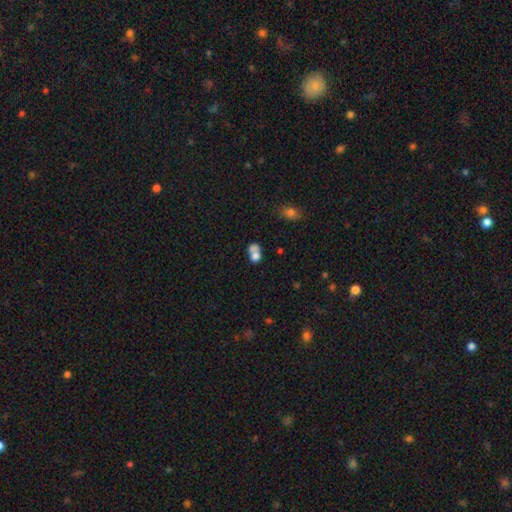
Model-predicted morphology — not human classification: smooth 72%, featured or disk 17%, star or artifact 11%. Down the decision tree: how rounded — round (51%); merging — merger (64%).